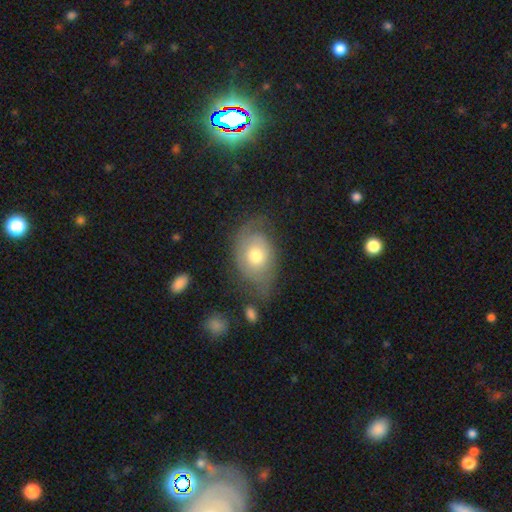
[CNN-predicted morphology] Q: Smooth or featured?
A: featured or disk (48%); runner-up: smooth (44%)
Q: Merging?
A: none (49%); runner-up: minor disturbance (27%)